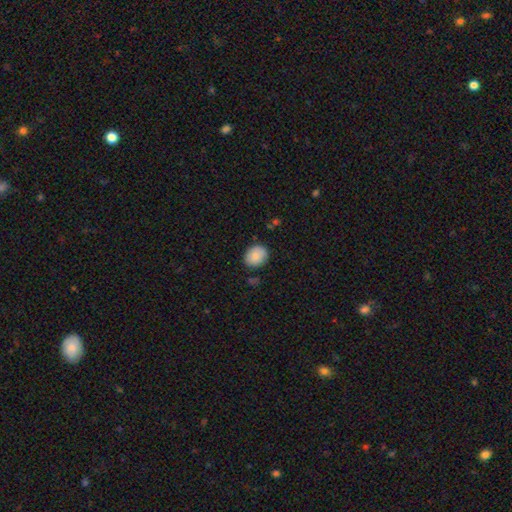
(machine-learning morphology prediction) Smooth or featured?
  - smooth: 84% *
  - featured or disk: 9%
  - star or artifact: 7%
How rounded?
  - round: 55% *
  - in between: 44%
  - cigar-shaped: 1%
Merging?
  - none: 84% *
  - minor disturbance: 12%
  - major disturbance: 2%
  - merger: 2%